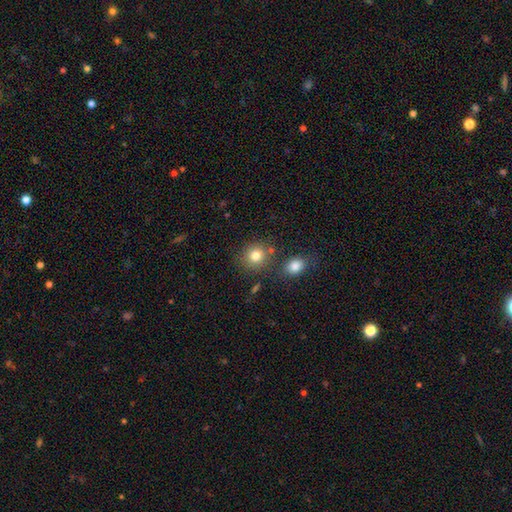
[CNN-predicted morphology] type=smooth (81%); roundness=round (84%); merging=none (76%).